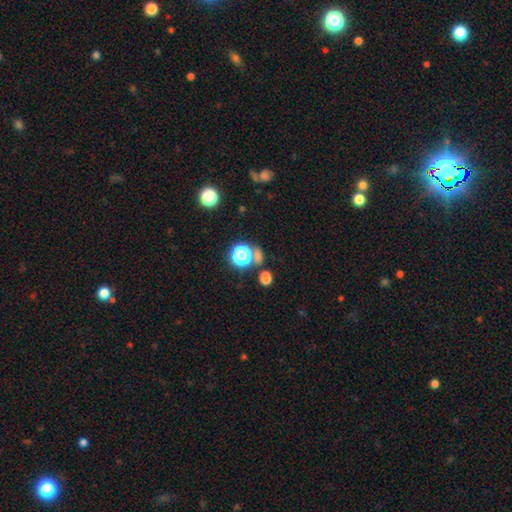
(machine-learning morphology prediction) Smooth or featured: star or artifact — 60% (smooth — 31%)